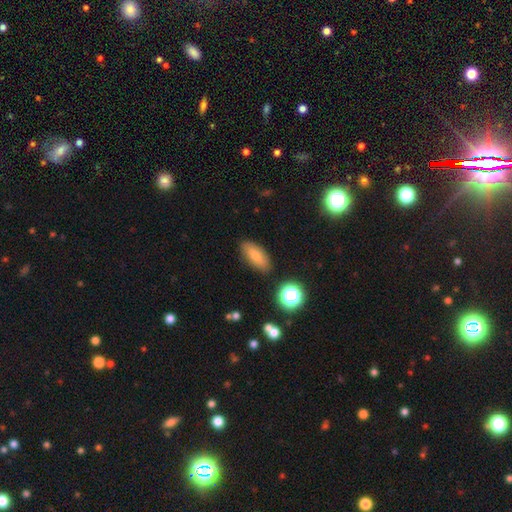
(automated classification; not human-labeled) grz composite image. It shows a smooth galaxy with no disk features (75%) that is in between round and cigar-shaped (81%). Merging: none (83%).